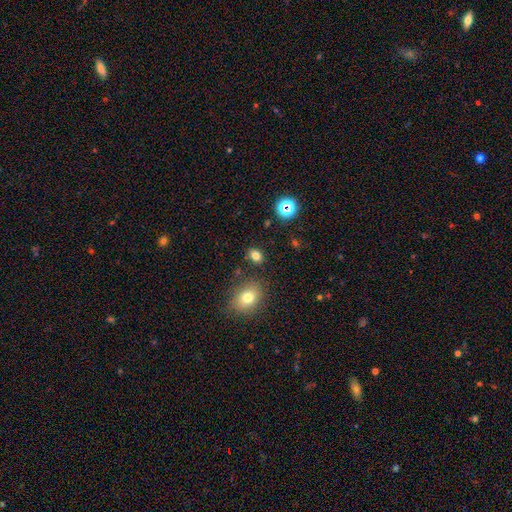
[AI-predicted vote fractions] smooth-or-featured: smooth: 78% | star or artifact: 15% | featured or disk: 7%
  how-rounded: in between: 68% | round: 31% | cigar-shaped: 1%
  merging: none: 82% | minor disturbance: 10% | merger: 5% | major disturbance: 3%